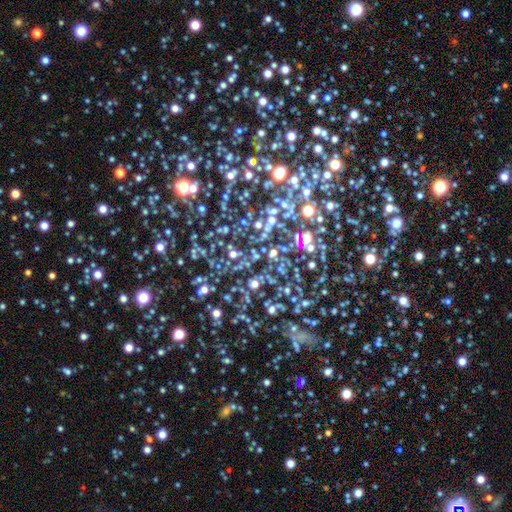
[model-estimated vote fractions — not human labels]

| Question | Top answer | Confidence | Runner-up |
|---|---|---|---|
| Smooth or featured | star or artifact | 73% | smooth (17%) |